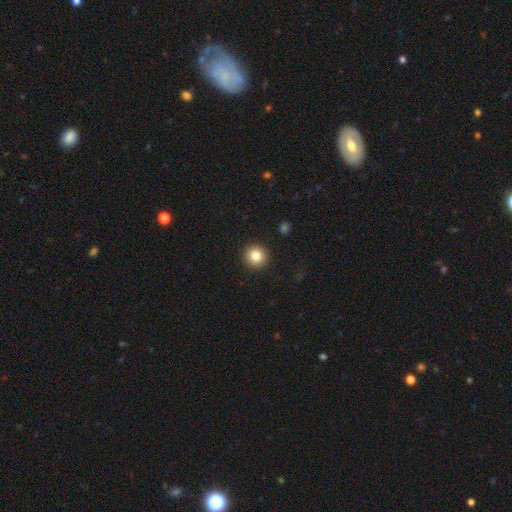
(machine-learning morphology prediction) This is clearly a smooth galaxy (84%). How rounded: clearly round (94%). Merging: clearly none (93%).